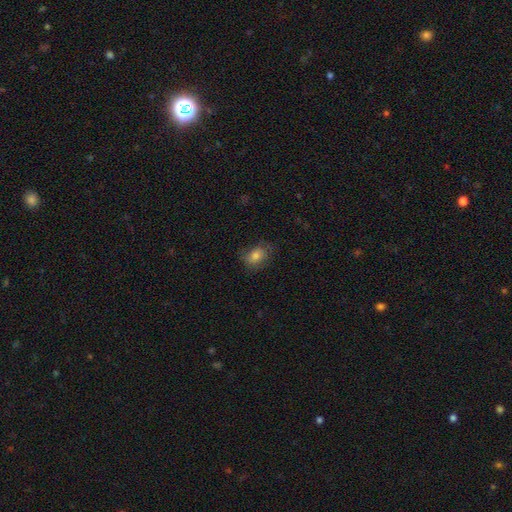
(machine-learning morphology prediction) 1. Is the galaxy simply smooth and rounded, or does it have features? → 76% smooth, 14% featured or disk, 10% star or artifact.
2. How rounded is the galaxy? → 67% in between, 32% round, 1% cigar-shaped.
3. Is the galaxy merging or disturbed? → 68% none, 23% minor disturbance, 8% major disturbance, 1% merger.